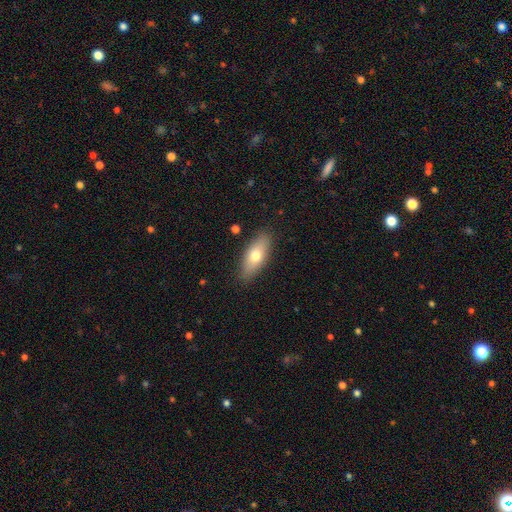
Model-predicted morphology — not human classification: Smooth or featured? Predicted: smooth (p=0.68). How rounded? Predicted: in between (p=0.74). Merging? Predicted: none (p=0.86).